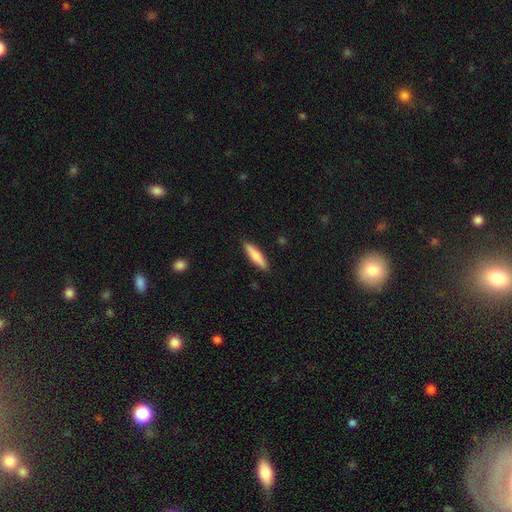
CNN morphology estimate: A smooth galaxy with no disk features (74%) that is cigar-shaped (78%).

Vote fractions:
- Smooth or featured? smooth: 74% / featured or disk: 21% / star or artifact: 5%
- How rounded? cigar-shaped: 78% / in between: 20% / round: 2%
- Merging? none: 89% / minor disturbance: 8% / major disturbance: 2% / merger: 1%